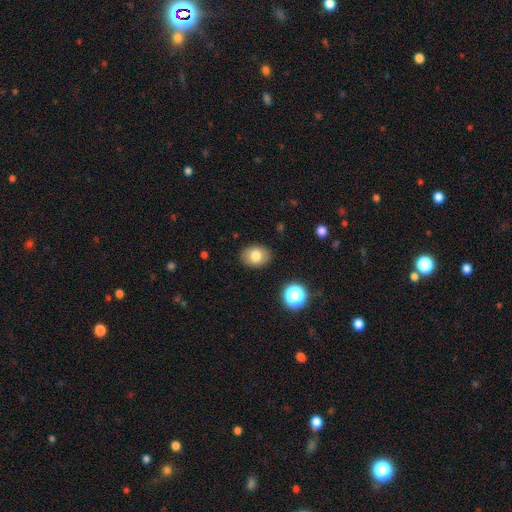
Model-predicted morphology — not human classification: A smooth galaxy with no disk features (79%) that is in between round and cigar-shaped (67%).

Vote fractions:
- Smooth or featured? smooth: 79% / featured or disk: 11% / star or artifact: 10%
- How rounded? in between: 67% / round: 32% / cigar-shaped: 1%
- Merging? none: 87% / minor disturbance: 9% / major disturbance: 2% / merger: 1%